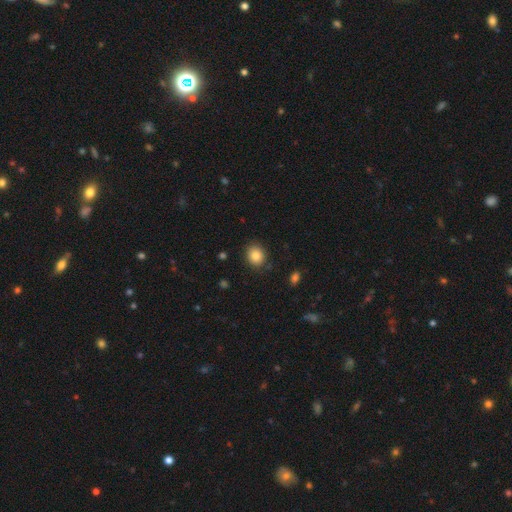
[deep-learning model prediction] smooth-or-featured: smooth: 85% | star or artifact: 9% | featured or disk: 6%
  how-rounded: round: 70% | in between: 29% | cigar-shaped: 1%
  merging: none: 85% | minor disturbance: 11% | major disturbance: 3% | merger: 2%